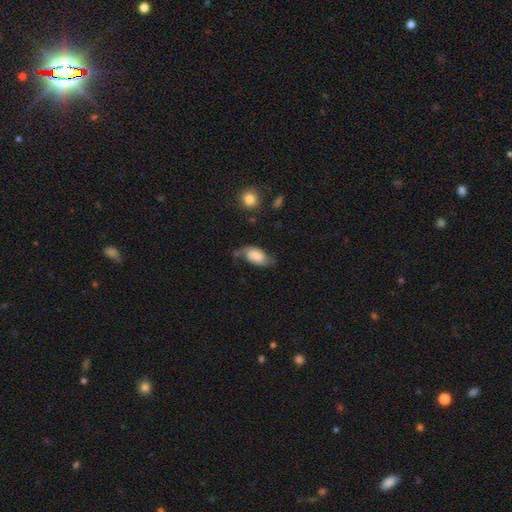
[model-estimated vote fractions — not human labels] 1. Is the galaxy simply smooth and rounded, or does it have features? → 57% smooth, 36% featured or disk, 8% star or artifact.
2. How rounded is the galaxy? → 92% in between, 5% round, 3% cigar-shaped.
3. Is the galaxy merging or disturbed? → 42% none, 32% minor disturbance, 21% major disturbance, 5% merger.